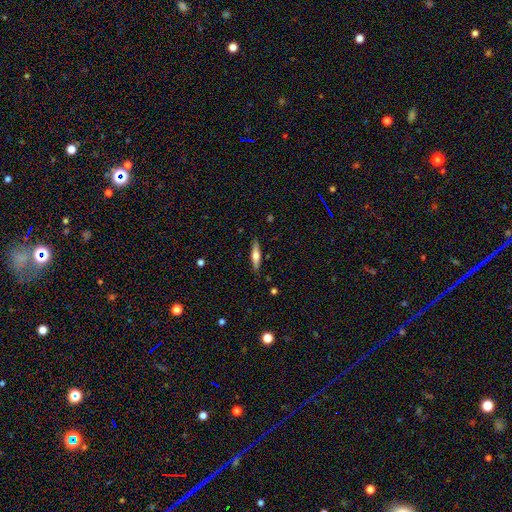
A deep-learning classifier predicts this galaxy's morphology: Overall: smooth (48%; featured or disk 46%). Merging: none (88%).